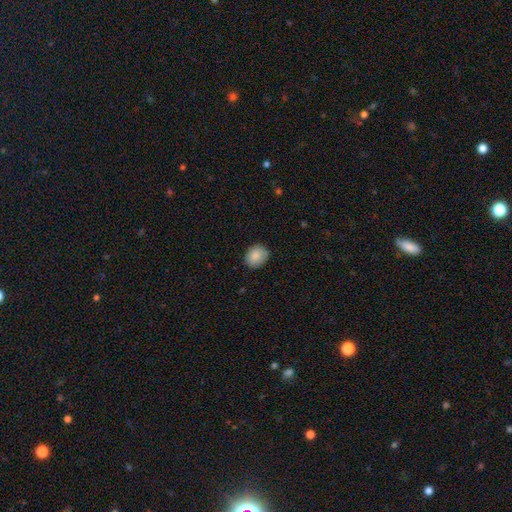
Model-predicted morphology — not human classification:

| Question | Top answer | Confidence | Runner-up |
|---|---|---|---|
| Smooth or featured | smooth | 87% | star or artifact (7%) |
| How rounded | in between | 50% | round (49%) |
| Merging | none | 83% | minor disturbance (14%) |